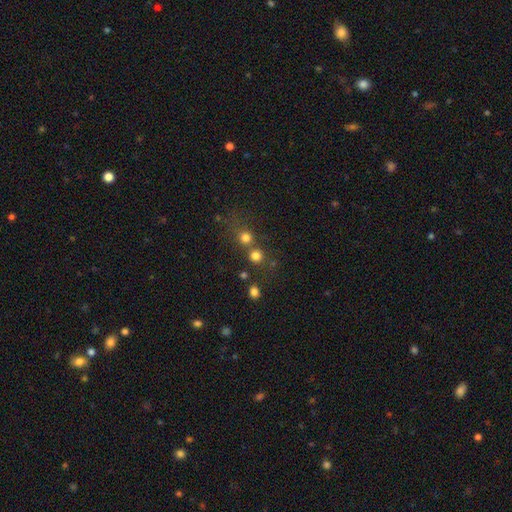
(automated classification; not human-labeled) Overall: smooth (76%). How rounded: round (91%). Merging: none (64%; merger 26%).